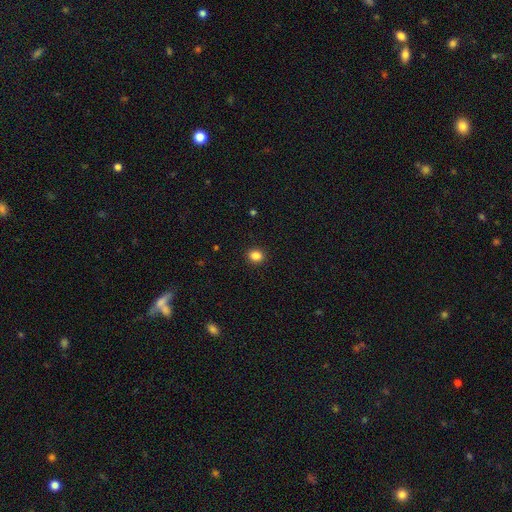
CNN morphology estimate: The model was most divided on "how rounded": round: 69%, in between: 30%, cigar-shaped: 1%. More confident: merging — none (92%); smooth or featured — smooth (86%).